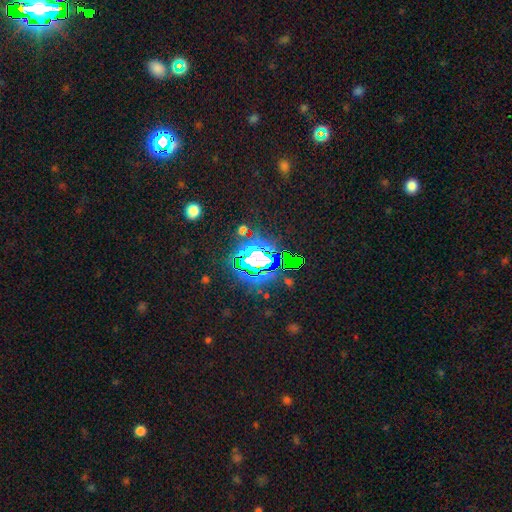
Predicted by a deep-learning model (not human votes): A star or artifact, not a galaxy (73%).

Vote fractions:
- Smooth or featured? star or artifact: 73% / smooth: 16% / featured or disk: 11%